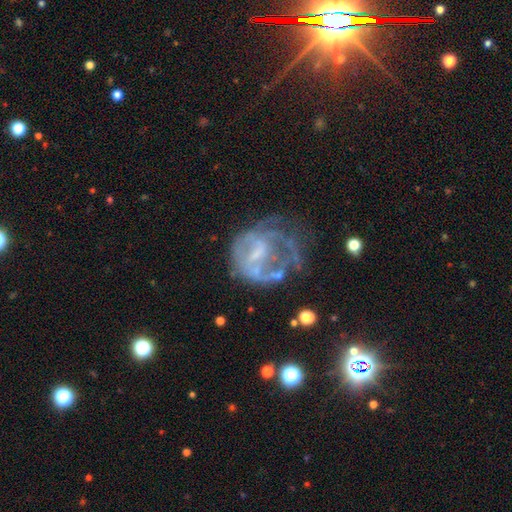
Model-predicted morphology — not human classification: Smooth or featured? Predicted: featured or disk (p=0.67). Edge-on disk? Predicted: no (p=0.98). Bar? Predicted: no (p=0.53). Spiral arms? Predicted: no (p=0.56). Bulge size? Predicted: none (p=0.41). Merging? Predicted: major disturbance (p=0.39).